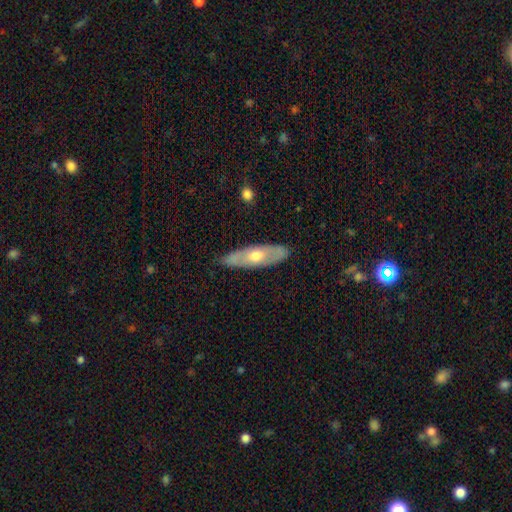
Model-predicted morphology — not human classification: A featured or disk galaxy (55%).

Vote fractions:
- Smooth or featured? featured or disk: 55% / smooth: 39% / star or artifact: 6%
- Edge-on disk? no: 57% / yes: 43%
- Merging? none: 84% / minor disturbance: 12% / major disturbance: 2% / merger: 1%